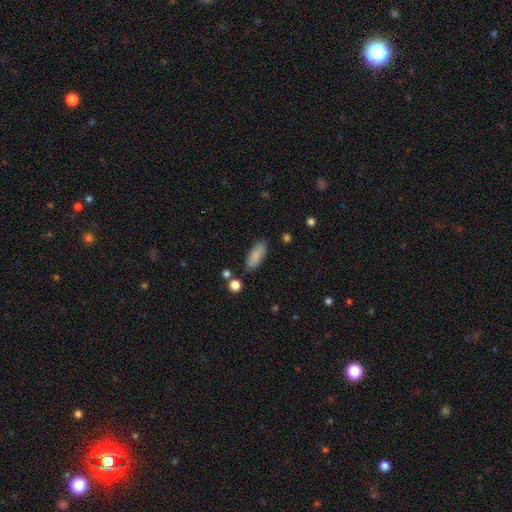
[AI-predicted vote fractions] Smooth or featured?
  - smooth: 86% *
  - featured or disk: 8%
  - star or artifact: 7%
How rounded?
  - in between: 74% *
  - cigar-shaped: 24%
  - round: 2%
Merging?
  - none: 83% *
  - minor disturbance: 11%
  - merger: 3%
  - major disturbance: 3%